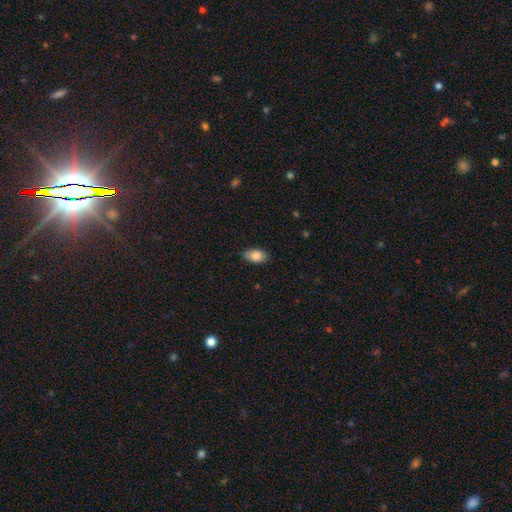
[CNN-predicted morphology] This appears to be a smooth galaxy with no disk features (86%) that is in between round and cigar-shaped (92%). Merging: none (86%).